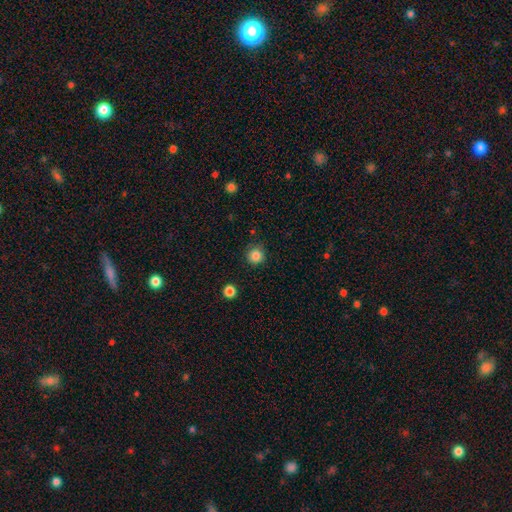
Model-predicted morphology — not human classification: A smooth galaxy with no disk features (85%) that is round (95%).

Vote fractions:
- Smooth or featured? smooth: 85% / star or artifact: 11% / featured or disk: 4%
- How rounded? round: 95% / in between: 4% / cigar-shaped: 1%
- Merging? none: 88% / minor disturbance: 8% / major disturbance: 2% / merger: 2%